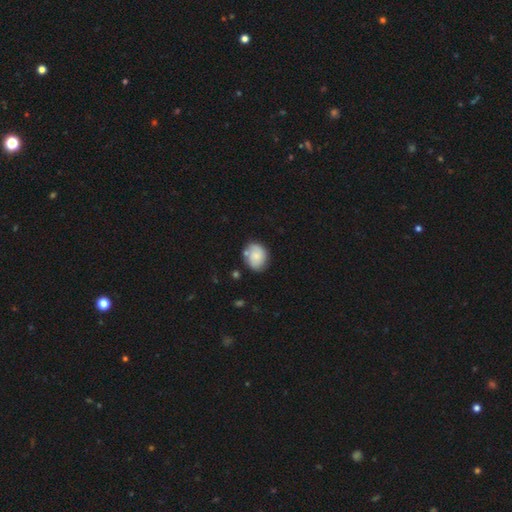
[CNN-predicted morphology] smooth 69%, featured or disk 24%, star or artifact 7%. Down the decision tree: how rounded — in between (50%); merging — none (67%).